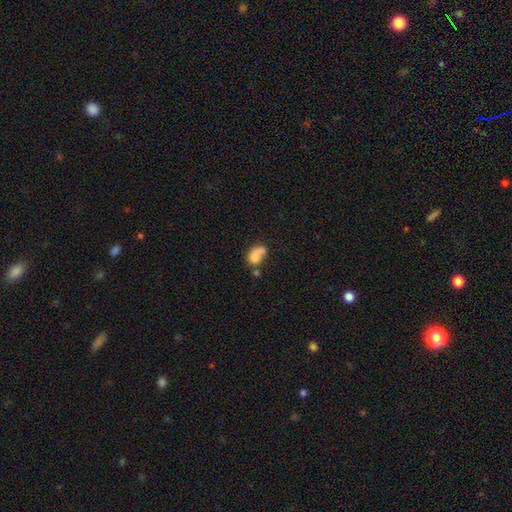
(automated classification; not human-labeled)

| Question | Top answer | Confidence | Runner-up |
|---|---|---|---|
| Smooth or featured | smooth | 67% | featured or disk (23%) |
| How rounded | in between | 65% | round (33%) |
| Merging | merger | 44% | none (25%) |